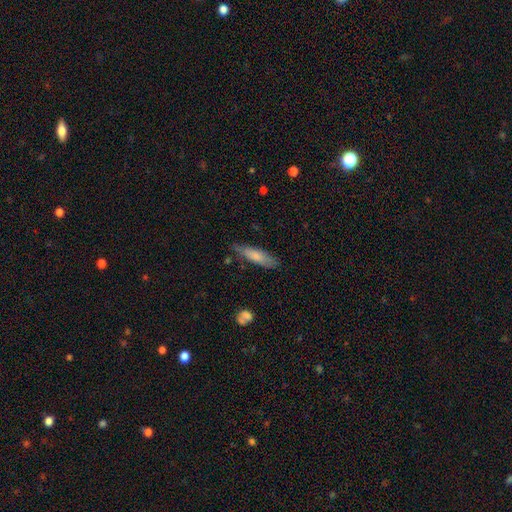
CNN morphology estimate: A smooth galaxy with no disk features (73%) that is cigar-shaped (64%).

Vote fractions:
- Smooth or featured? smooth: 73% / featured or disk: 21% / star or artifact: 6%
- How rounded? cigar-shaped: 64% / in between: 34% / round: 2%
- Merging? none: 76% / minor disturbance: 19% / major disturbance: 4% / merger: 2%